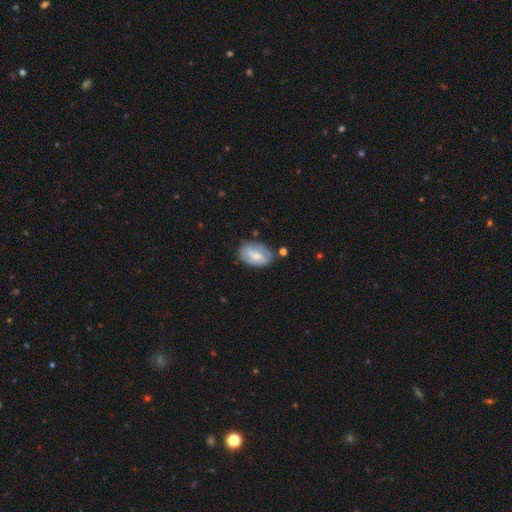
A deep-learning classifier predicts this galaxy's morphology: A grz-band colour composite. It shows a featured or disk galaxy (47%). Merging: none (67%).